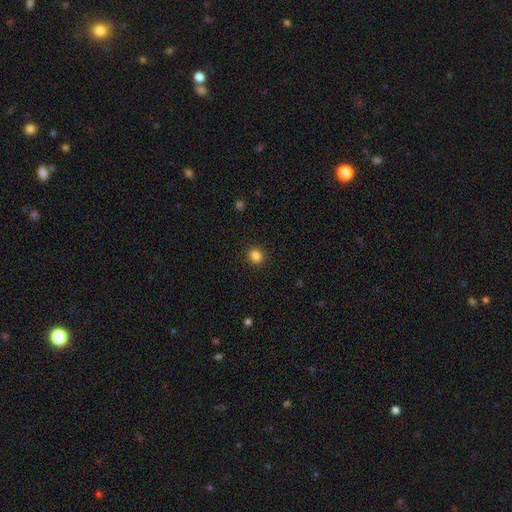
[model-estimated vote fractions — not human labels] This is clearly a smooth galaxy (84%). How rounded: clearly round (87%). Merging: clearly none (92%).